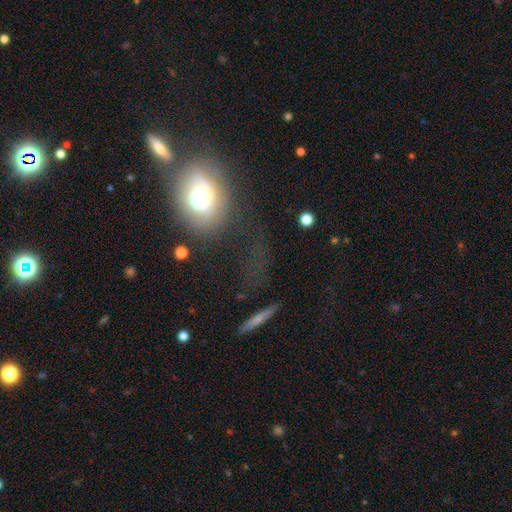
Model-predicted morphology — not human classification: This appears to be a smooth galaxy with no disk features (48%). Merging: none (50%).